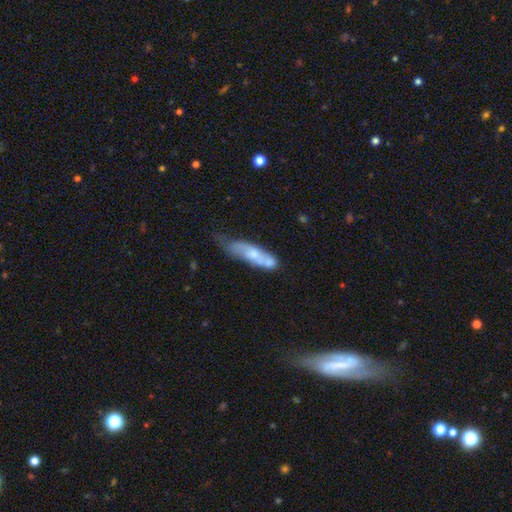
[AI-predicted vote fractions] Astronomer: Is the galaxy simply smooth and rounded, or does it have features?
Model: smooth — 47%, tied with featured or disk at 47%.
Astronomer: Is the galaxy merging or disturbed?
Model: none — 40% (runner-up: minor disturbance, 30%).